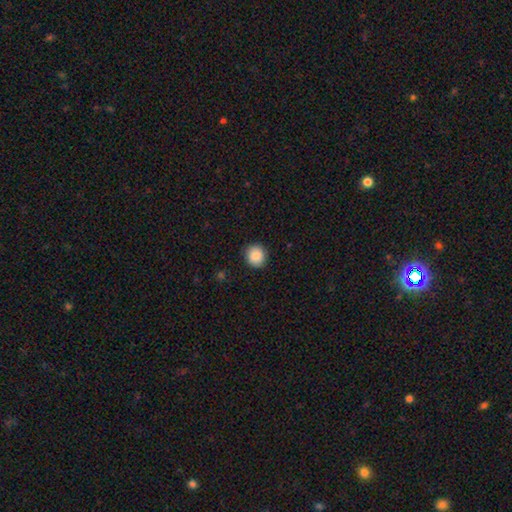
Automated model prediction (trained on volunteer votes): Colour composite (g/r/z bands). It shows a smooth galaxy with no disk features (89%) that is round (89%). Merging: none (91%).